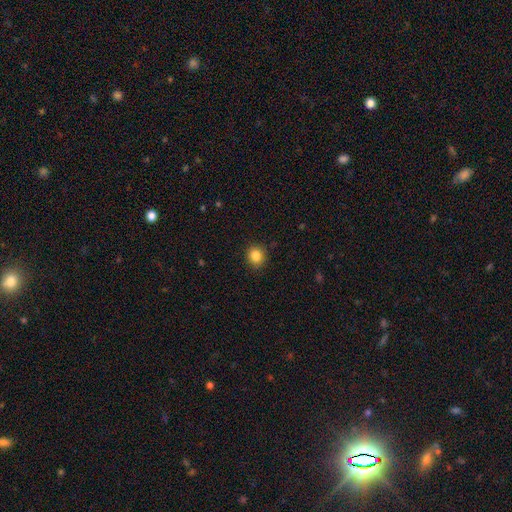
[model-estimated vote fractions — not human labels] smooth 85%, star or artifact 11%, featured or disk 4%. Down the decision tree: how rounded — round (84%); merging — none (89%).